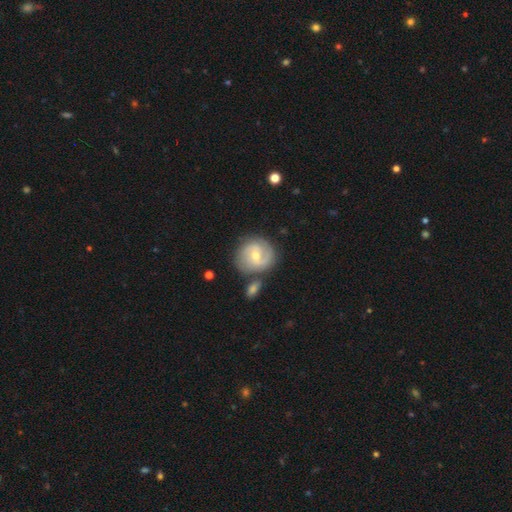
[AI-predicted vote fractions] Overall: featured or disk (72%). Edge-on disk: no (97%). Bar: weak (48%; no 42%). Spiral arms: yes (90%). Spiral arm count: 2 (68%). Spiral winding: tight (43%; medium 42%). Bulge size: moderate (50%; small 47%). Merging: none (66%).